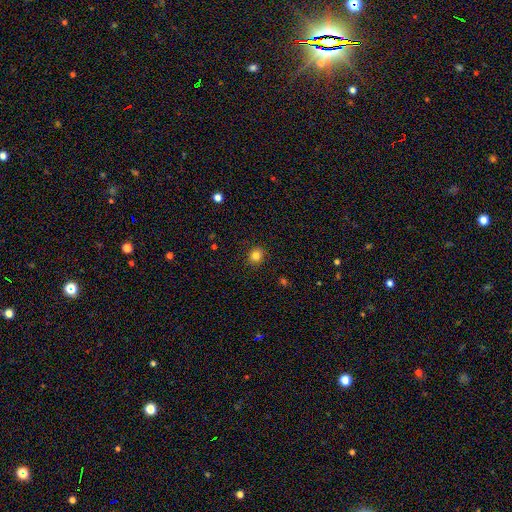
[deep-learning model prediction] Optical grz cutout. It shows a smooth galaxy with no disk features (83%) that is round (81%). Merging: none (91%).